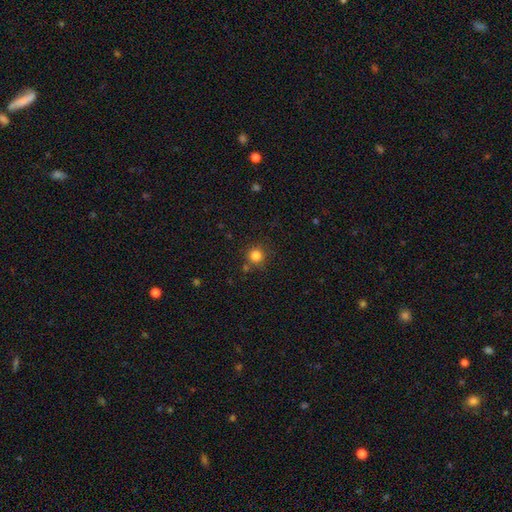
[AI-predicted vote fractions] smooth_or_featured: smooth (p=0.82) [alt: star or artifact p=0.13]
how_rounded: round (p=0.94) [alt: in between p=0.05]
merging: none (p=0.82) [alt: minor disturbance p=0.09]